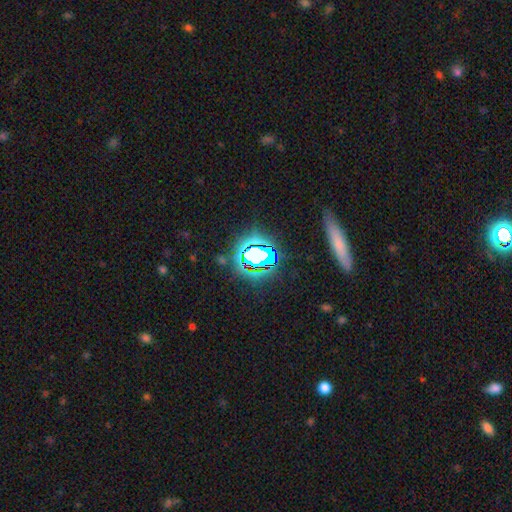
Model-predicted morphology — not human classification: star or artifact 68%, smooth 18%, featured or disk 14%.